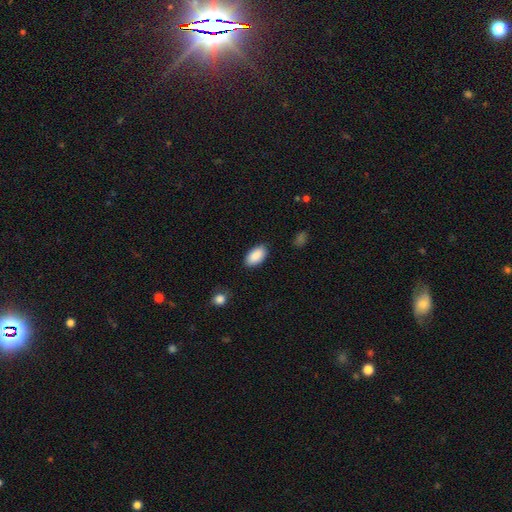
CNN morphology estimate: A smooth galaxy with no disk features (90%) that is in between round and cigar-shaped (95%).

Vote fractions:
- Smooth or featured? smooth: 90% / star or artifact: 6% / featured or disk: 4%
- How rounded? in between: 95% / round: 3% / cigar-shaped: 2%
- Merging? none: 86% / minor disturbance: 10% / major disturbance: 3% / merger: 1%